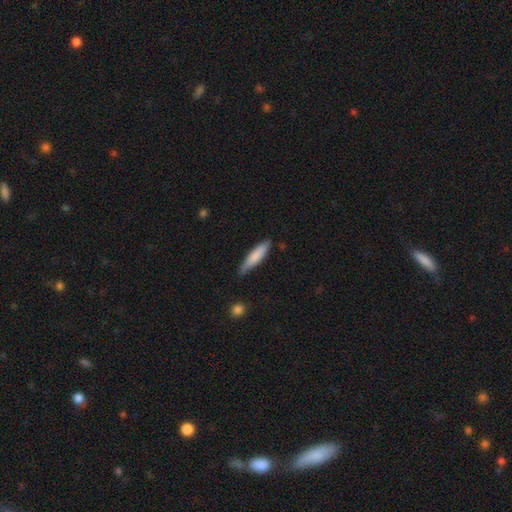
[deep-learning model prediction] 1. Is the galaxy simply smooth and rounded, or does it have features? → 78% smooth, 17% featured or disk, 5% star or artifact.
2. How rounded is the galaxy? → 79% cigar-shaped, 20% in between, 1% round.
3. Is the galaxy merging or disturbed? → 75% none, 20% minor disturbance, 3% major disturbance, 2% merger.